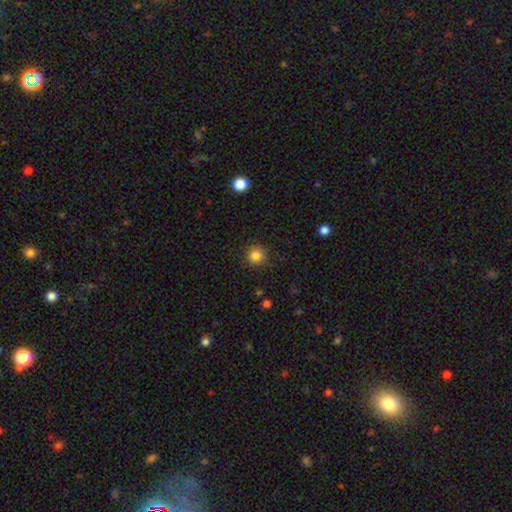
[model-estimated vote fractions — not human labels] smooth-or-featured: smooth: 84% | star or artifact: 12% | featured or disk: 4%
  how-rounded: round: 93% | in between: 6% | cigar-shaped: 1%
  merging: none: 89% | minor disturbance: 7% | major disturbance: 2% | merger: 1%